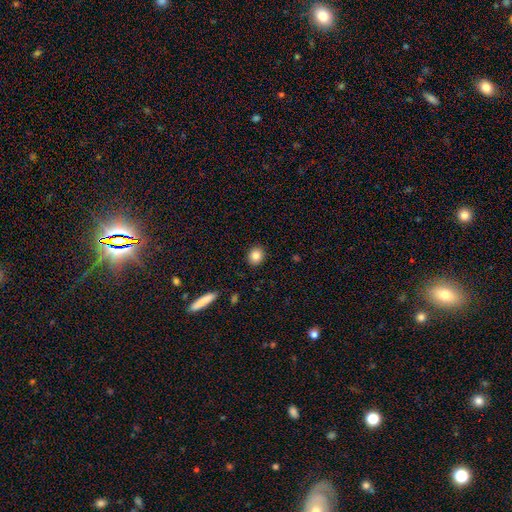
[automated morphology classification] Q: Smooth or featured?
A: smooth (84%); runner-up: star or artifact (10%)
Q: How rounded?
A: round (77%); runner-up: in between (22%)
Q: Merging?
A: none (91%); runner-up: minor disturbance (6%)